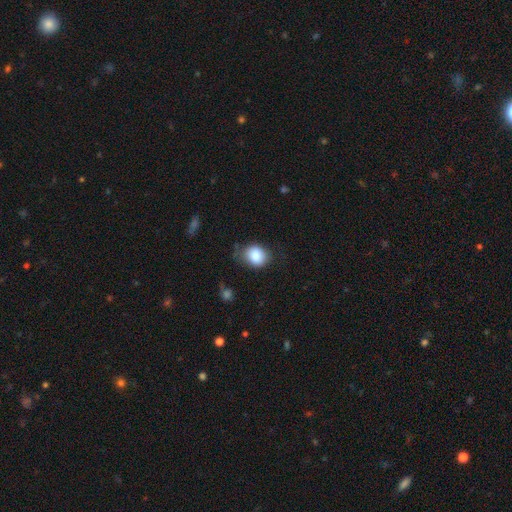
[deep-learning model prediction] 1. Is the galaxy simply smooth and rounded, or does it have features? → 83% smooth, 9% star or artifact, 8% featured or disk.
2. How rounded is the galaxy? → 55% round, 44% in between, 1% cigar-shaped.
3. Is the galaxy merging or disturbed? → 66% none, 24% minor disturbance, 8% major disturbance, 2% merger.